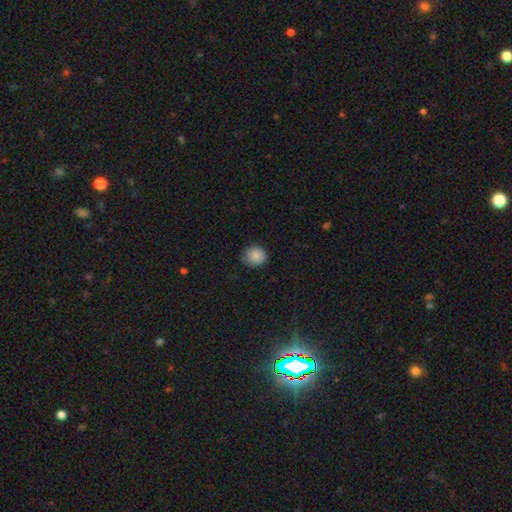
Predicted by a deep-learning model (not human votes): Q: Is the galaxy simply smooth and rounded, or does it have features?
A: smooth — 87%.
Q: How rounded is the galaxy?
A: round — 77%.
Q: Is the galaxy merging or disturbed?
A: none — 80%.